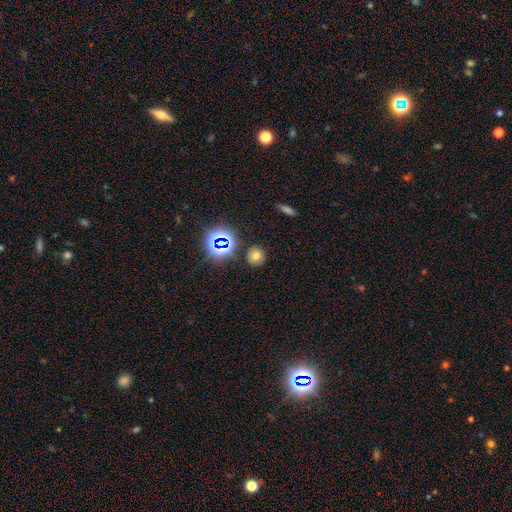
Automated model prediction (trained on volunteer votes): A smooth galaxy with no disk features (66%) that is round (87%).

Vote fractions:
- Smooth or featured? smooth: 66% / star or artifact: 24% / featured or disk: 10%
- How rounded? round: 87% / in between: 12% / cigar-shaped: 1%
- Merging? none: 87% / minor disturbance: 8% / major disturbance: 3% / merger: 3%